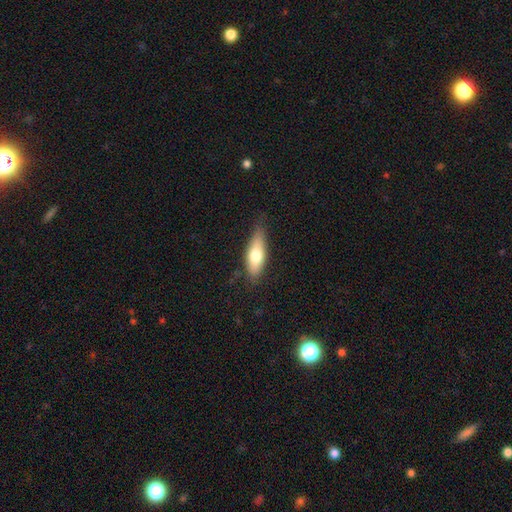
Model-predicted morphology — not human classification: smooth_or_featured: smooth (p=0.68) [alt: featured or disk p=0.26]
how_rounded: in between (p=0.63) [alt: cigar-shaped p=0.34]
merging: none (p=0.74) [alt: minor disturbance p=0.20]